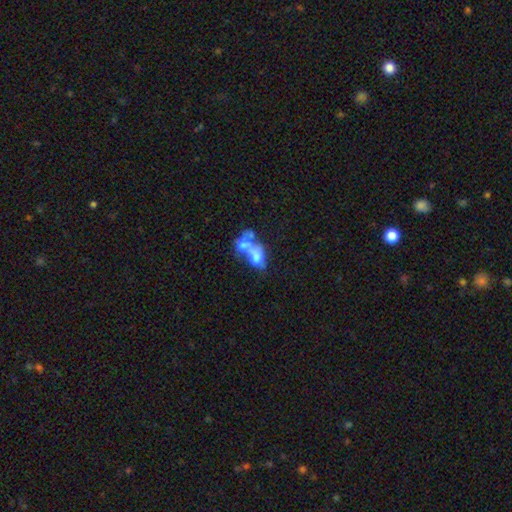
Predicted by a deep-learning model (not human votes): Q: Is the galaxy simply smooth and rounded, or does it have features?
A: smooth — 55%.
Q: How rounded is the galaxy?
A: in between — 74%.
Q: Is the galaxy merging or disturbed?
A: merger — 70%.